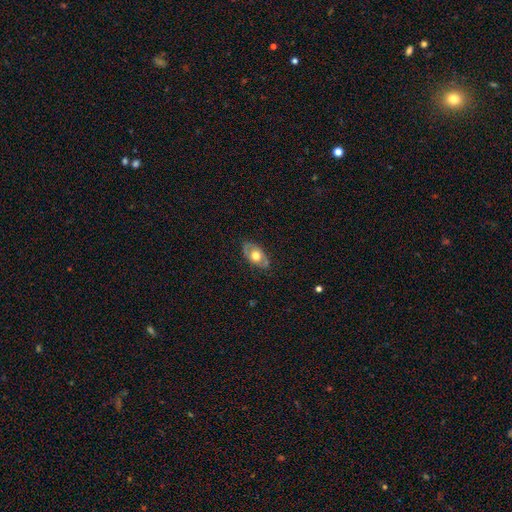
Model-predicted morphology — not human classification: A featured or disk galaxy (48%). Merging: none (78%).